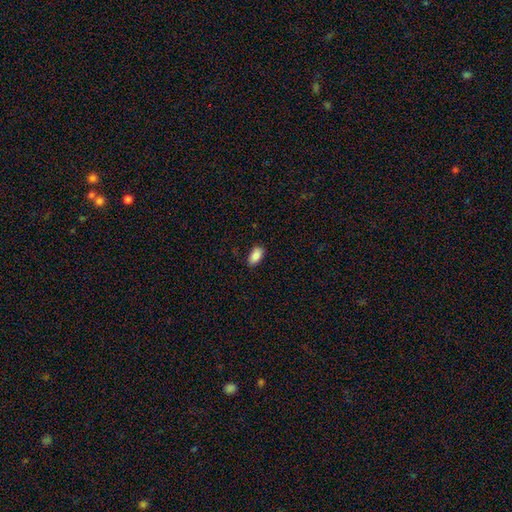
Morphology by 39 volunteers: smooth 90%, star or artifact 10%, featured or disk 0%. Down the decision tree: how rounded — in between (97%); merging — none (86%).